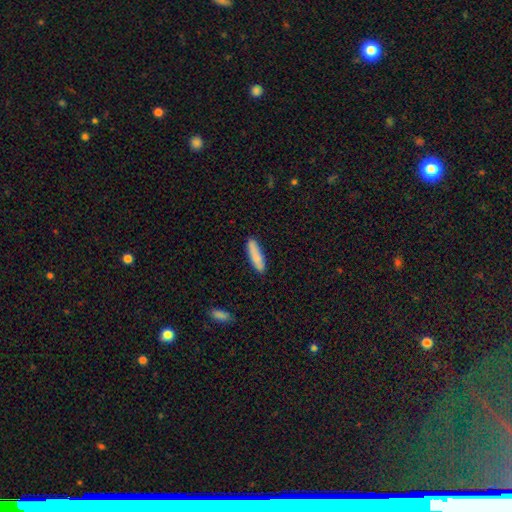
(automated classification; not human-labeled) smooth_or_featured: smooth (p=0.84) [alt: featured or disk p=0.10]
how_rounded: cigar-shaped (p=0.75) [alt: in between p=0.24]
merging: none (p=0.88) [alt: minor disturbance p=0.09]